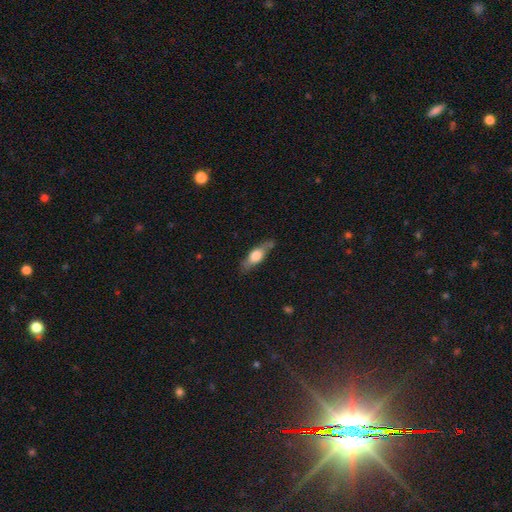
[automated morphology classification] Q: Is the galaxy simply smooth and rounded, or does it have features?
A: smooth — 56%.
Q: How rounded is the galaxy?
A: in between — 54%.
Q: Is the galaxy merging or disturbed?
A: none — 71%.